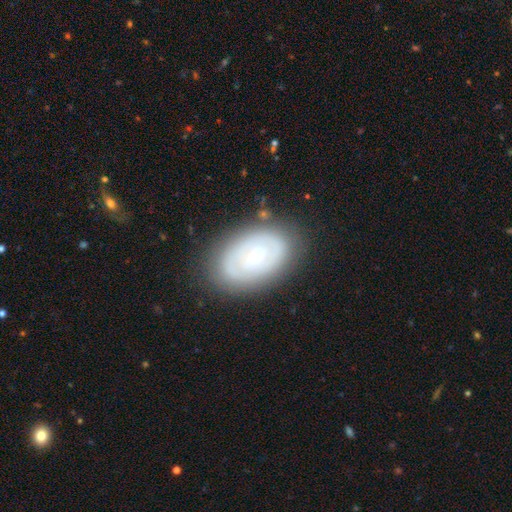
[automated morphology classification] smooth-or-featured: featured or disk: 58% | smooth: 35% | star or artifact: 7%
  disk-edge-on: no: 92% | yes: 8%
    bar: no: 85% | weak: 11% | strong: 4%
    has-spiral-arms: no: 81% | yes: 19%
    bulge-size: moderate: 66% | small: 29% | large: 4% | dominant: 1% | none: 1%
  merging: none: 80% | minor disturbance: 14% | major disturbance: 5% | merger: 2%